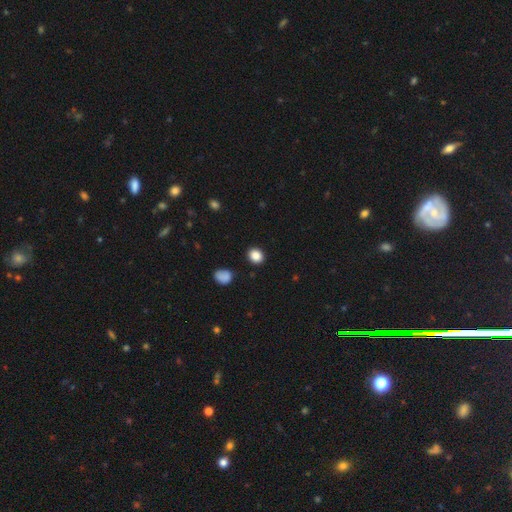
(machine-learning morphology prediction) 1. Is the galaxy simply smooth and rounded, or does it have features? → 87% smooth, 10% star or artifact, 3% featured or disk.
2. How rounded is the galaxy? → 69% round, 30% in between, 1% cigar-shaped.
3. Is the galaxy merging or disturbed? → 90% none, 6% minor disturbance, 2% major disturbance, 2% merger.